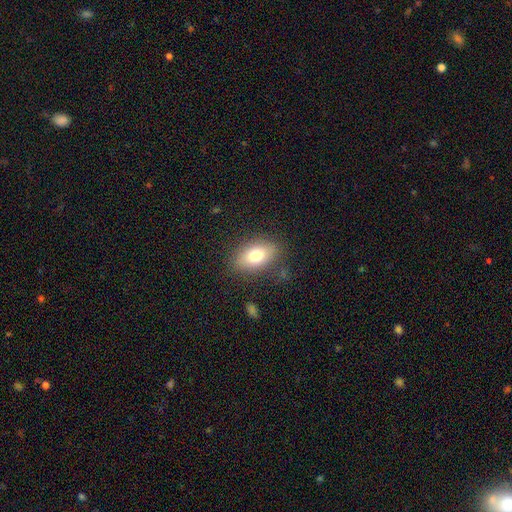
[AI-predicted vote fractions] smooth 76%, featured or disk 15%, star or artifact 9%. Down the decision tree: how rounded — in between (88%); merging — none (81%).